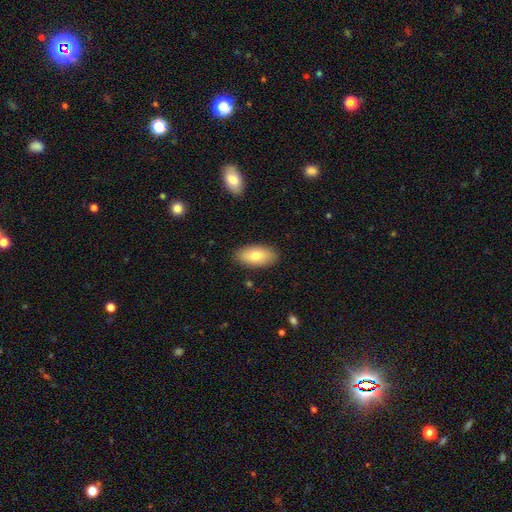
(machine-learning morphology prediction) Overall: smooth (76%). How rounded: in between (91%). Merging: none (87%).